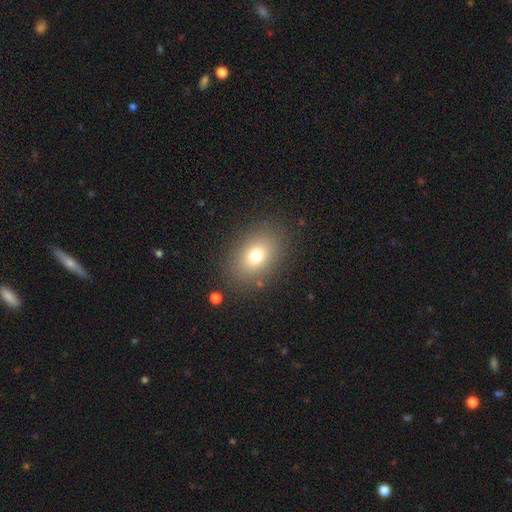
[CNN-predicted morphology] smooth 74%, star or artifact 13%, featured or disk 12%. Down the decision tree: how rounded — in between (71%); merging — none (85%).